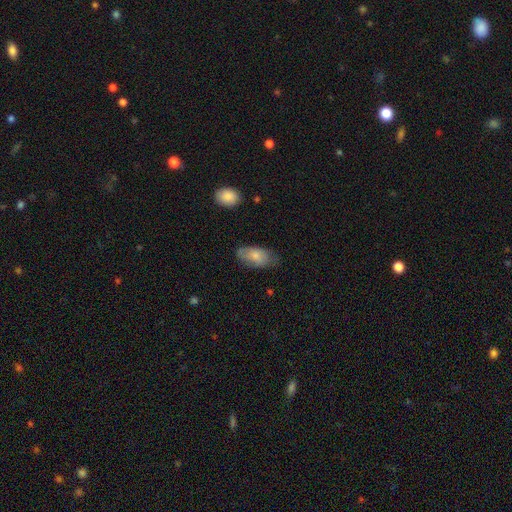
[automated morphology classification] Smooth or featured?
  - smooth: 75% *
  - featured or disk: 18%
  - star or artifact: 6%
How rounded?
  - in between: 93% *
  - cigar-shaped: 4%
  - round: 4%
Merging?
  - none: 63% *
  - minor disturbance: 28%
  - major disturbance: 7%
  - merger: 2%